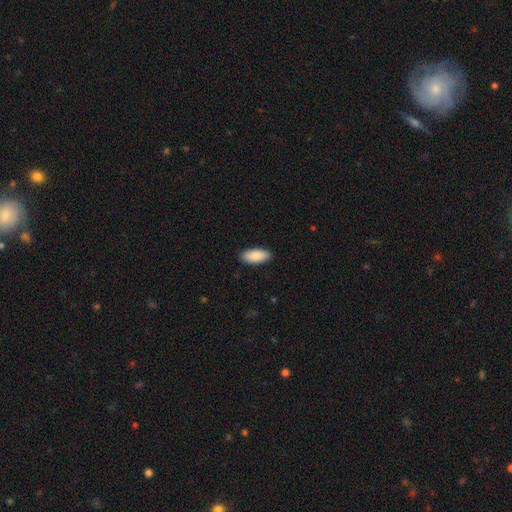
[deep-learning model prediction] Overall: smooth (88%). How rounded: in between (90%). Merging: none (89%).